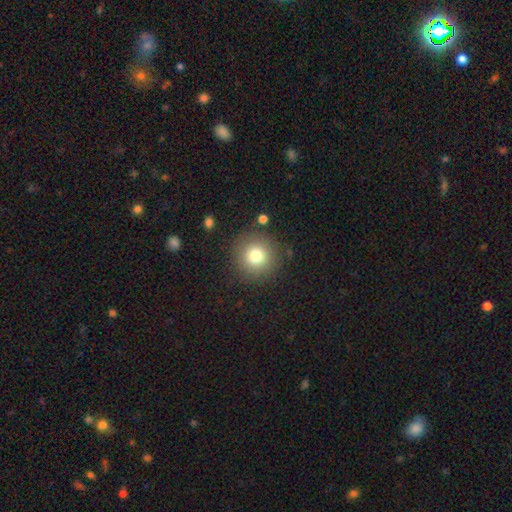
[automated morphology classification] Q: Smooth or featured?
A: smooth (78%); runner-up: star or artifact (12%)
Q: How rounded?
A: round (95%); runner-up: in between (4%)
Q: Merging?
A: none (87%); runner-up: minor disturbance (7%)